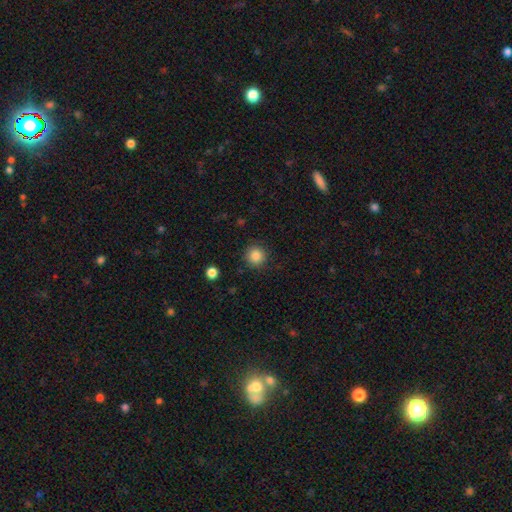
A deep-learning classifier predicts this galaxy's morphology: Smooth or featured?
  - smooth: 86% *
  - star or artifact: 10%
  - featured or disk: 4%
How rounded?
  - round: 94% *
  - in between: 5%
  - cigar-shaped: 1%
Merging?
  - none: 90% *
  - minor disturbance: 7%
  - major disturbance: 2%
  - merger: 1%